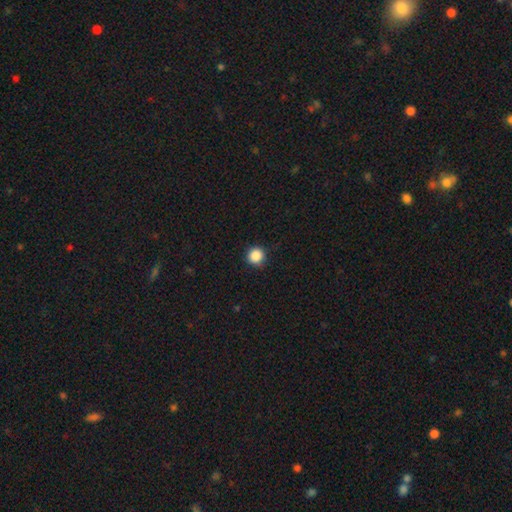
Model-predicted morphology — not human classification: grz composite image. It shows a smooth galaxy with no disk features (87%) that is round (94%). Merging: none (88%).